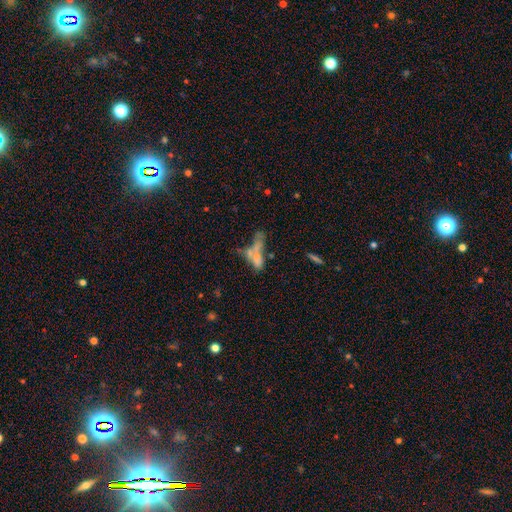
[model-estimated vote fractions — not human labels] Smooth or featured? smooth (50%)
How rounded? in between (58%)
Merging? merger (46%)